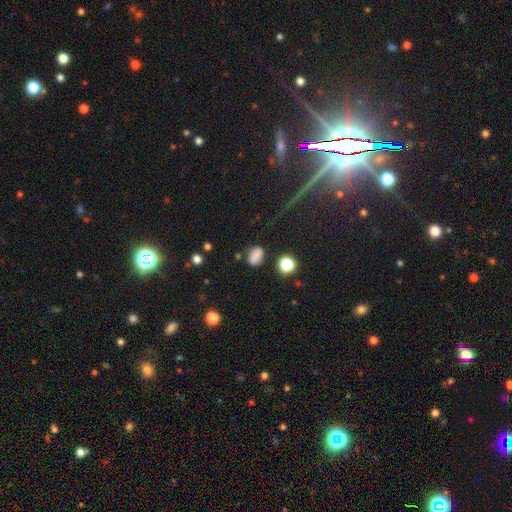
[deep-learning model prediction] Smooth or featured? Predicted: smooth (p=0.73). How rounded? Predicted: in between (p=0.74). Merging? Predicted: none (p=0.69).